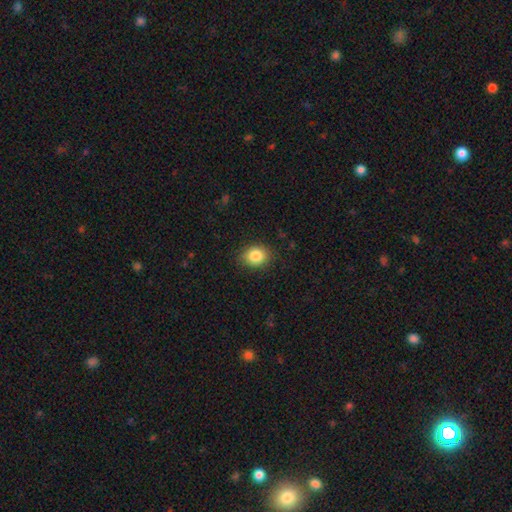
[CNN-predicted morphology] Smooth or featured: smooth — 86% (star or artifact — 9%)
How rounded: in between — 51% (round — 48%)
Merging: none — 85% (minor disturbance — 11%)